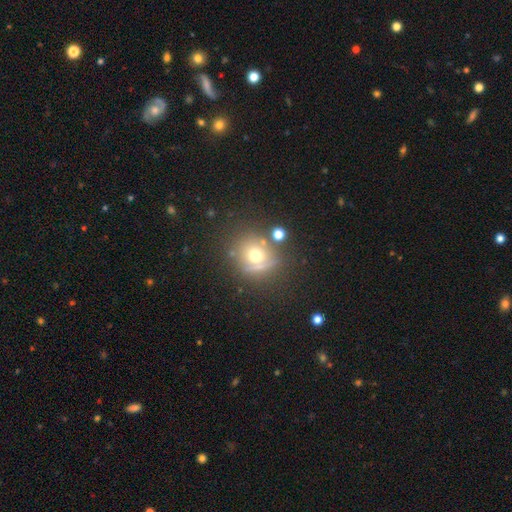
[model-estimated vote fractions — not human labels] A smooth galaxy with no disk features (62%) that is round (86%).

Vote fractions:
- Smooth or featured? smooth: 62% / featured or disk: 21% / star or artifact: 17%
- How rounded? round: 86% / in between: 13% / cigar-shaped: 1%
- Merging? none: 63% / minor disturbance: 16% / merger: 13% / major disturbance: 8%